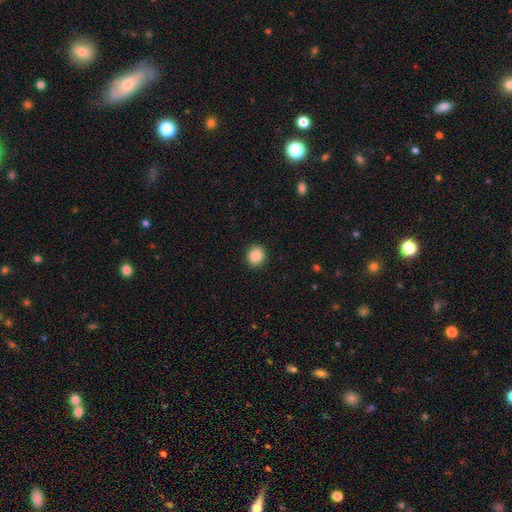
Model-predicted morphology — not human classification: Overall: smooth (87%). How rounded: round (79%). Merging: none (92%).